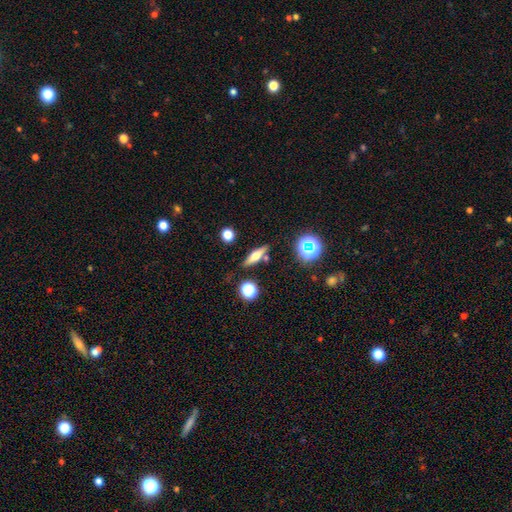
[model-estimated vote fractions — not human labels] Smooth or featured? smooth (47%)
Merging? none (81%)